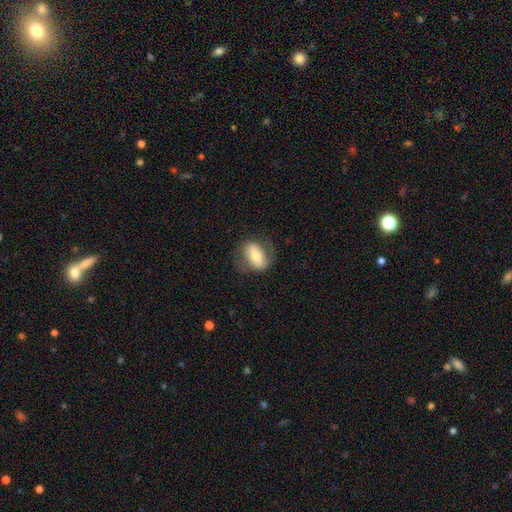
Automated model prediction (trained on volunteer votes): Smooth or featured? smooth (56%)
How rounded? in between (84%)
Merging? none (70%)